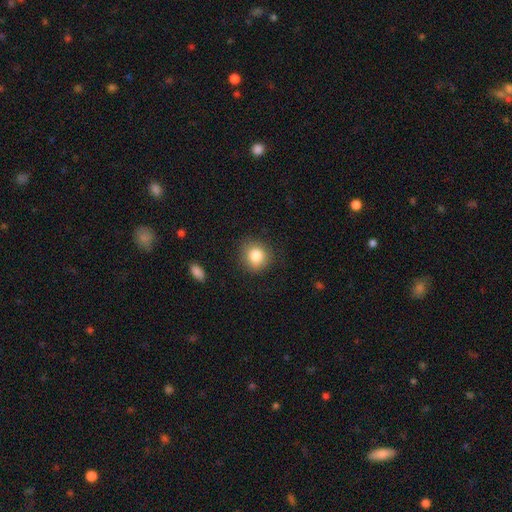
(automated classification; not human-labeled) Smooth or featured? smooth (83%)
How rounded? round (83%)
Merging? none (85%)